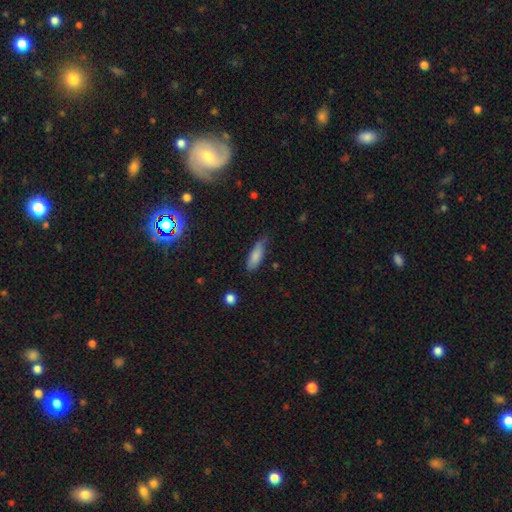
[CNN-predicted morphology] smooth-or-featured: smooth: 82% | featured or disk: 11% | star or artifact: 7%
  how-rounded: in between: 61% | cigar-shaped: 36% | round: 2%
  merging: none: 56% | minor disturbance: 35% | major disturbance: 7% | merger: 2%